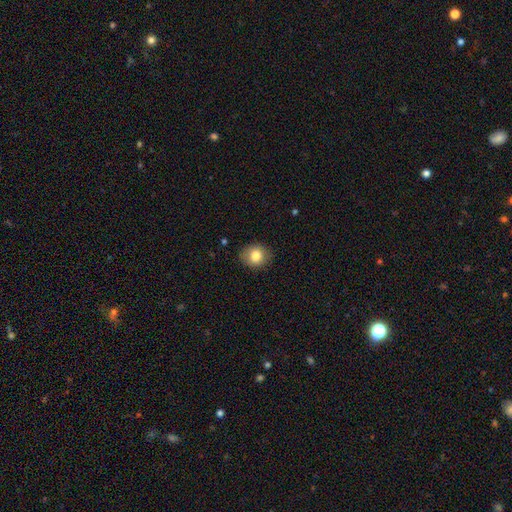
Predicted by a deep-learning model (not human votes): The model was most divided on "how rounded": round: 69%, in between: 30%, cigar-shaped: 1%. More confident: merging — none (86%); smooth or featured — smooth (82%).